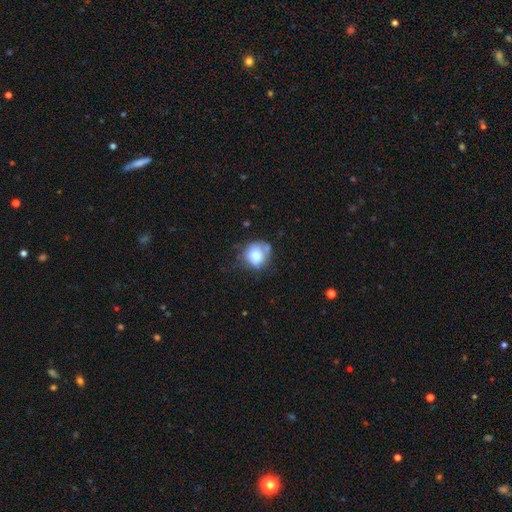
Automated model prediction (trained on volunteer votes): This appears to be a smooth galaxy with no disk features (72%) that is round (78%). Merging: none (48%).